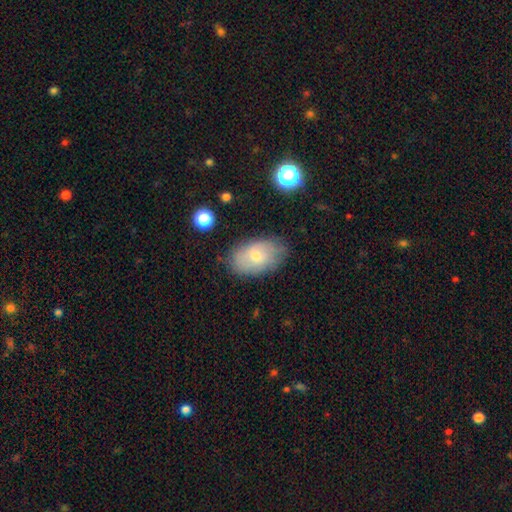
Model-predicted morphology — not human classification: Smooth or featured?
  - smooth: 62% *
  - featured or disk: 30%
  - star or artifact: 8%
How rounded?
  - in between: 90% *
  - round: 9%
  - cigar-shaped: 1%
Merging?
  - none: 78% *
  - minor disturbance: 17%
  - major disturbance: 4%
  - merger: 1%